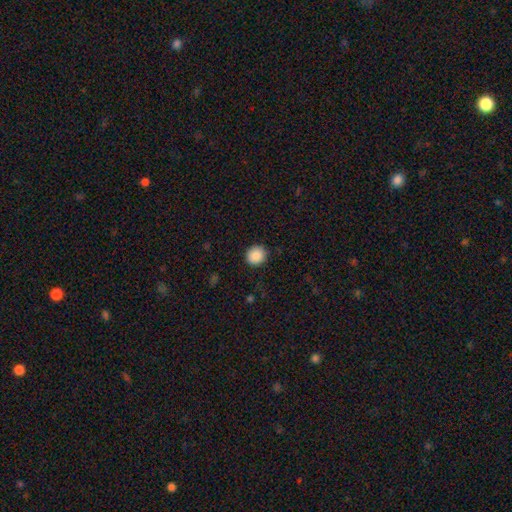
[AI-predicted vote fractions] smooth 88%, star or artifact 8%, featured or disk 4%. Down the decision tree: how rounded — round (90%); merging — none (90%).